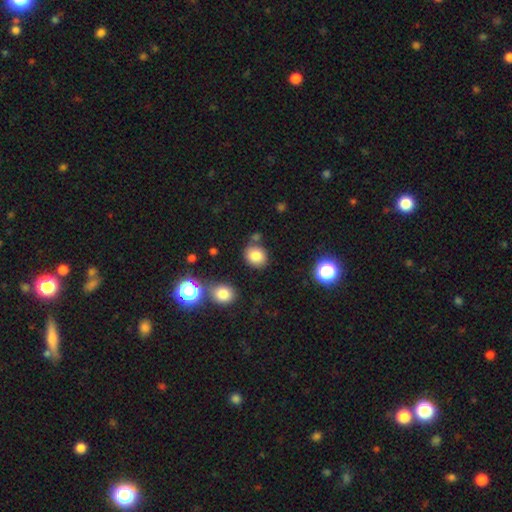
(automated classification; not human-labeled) The model was most divided on "how rounded": round: 65%, in between: 34%, cigar-shaped: 1%. More confident: smooth or featured — smooth (81%); merging — none (76%).